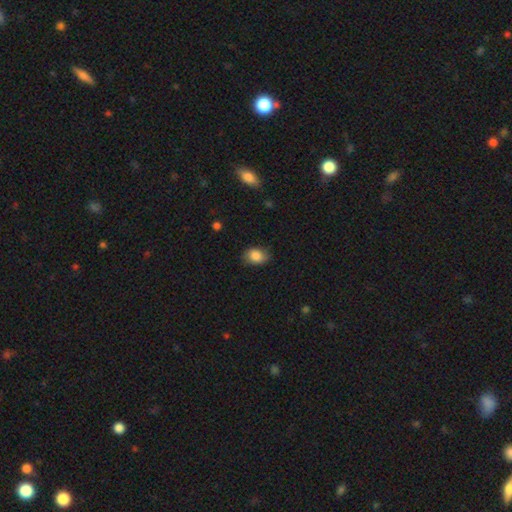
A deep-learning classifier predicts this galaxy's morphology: Smooth or featured? smooth (84%)
How rounded? in between (72%)
Merging? none (77%)